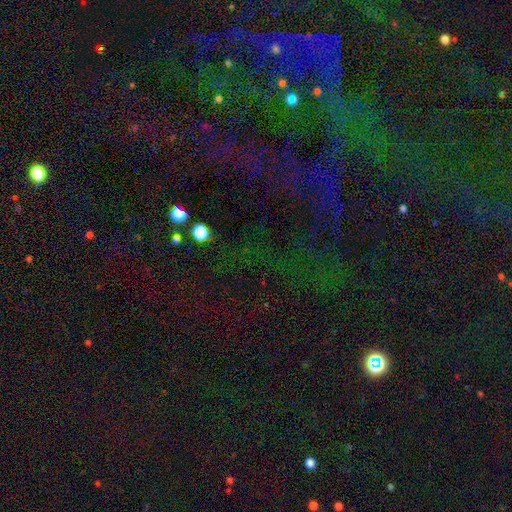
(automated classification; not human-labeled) Overall: star or artifact (82%).